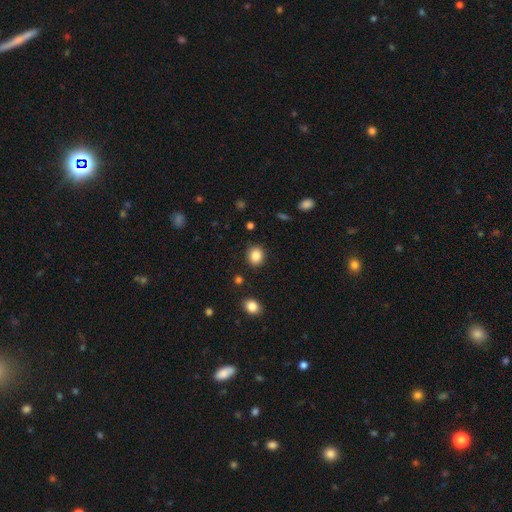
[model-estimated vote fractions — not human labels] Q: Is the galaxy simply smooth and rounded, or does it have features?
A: smooth — 85%.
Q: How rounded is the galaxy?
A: round — 77%.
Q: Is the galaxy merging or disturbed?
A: none — 89%.